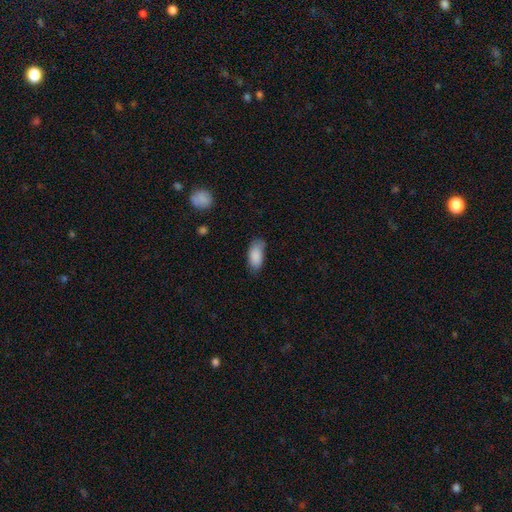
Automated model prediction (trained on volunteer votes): This is clearly a smooth galaxy (87%). How rounded: clearly in between (92%). Merging: likely none (66%).